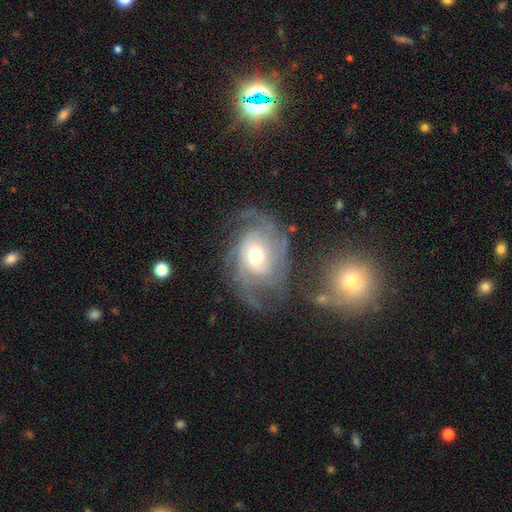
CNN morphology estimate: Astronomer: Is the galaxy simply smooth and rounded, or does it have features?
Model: featured or disk — 83%.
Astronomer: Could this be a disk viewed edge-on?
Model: no — 97%.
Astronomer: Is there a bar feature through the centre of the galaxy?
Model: no — 70%.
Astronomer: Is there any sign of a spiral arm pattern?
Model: yes — 92%.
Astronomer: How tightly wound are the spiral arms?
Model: tight — 46% (runner-up: medium, 38%).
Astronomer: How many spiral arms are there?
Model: can't tell — 28% (runner-up: 2, 27%).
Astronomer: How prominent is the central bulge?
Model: moderate — 70%.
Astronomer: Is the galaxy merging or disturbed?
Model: none — 53%.